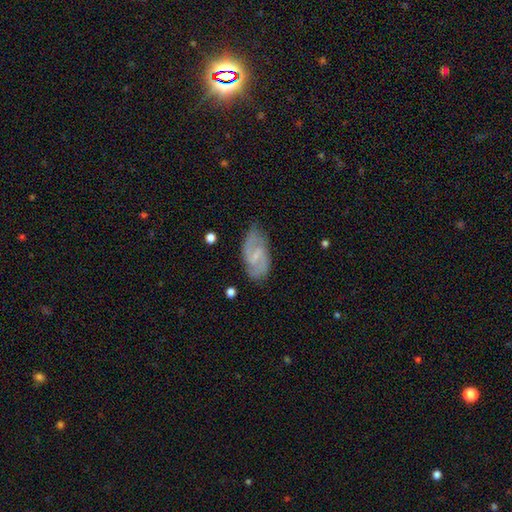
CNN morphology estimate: Q: Smooth or featured?
A: featured or disk (79%); runner-up: smooth (15%)
Q: Edge-on disk?
A: no (96%); runner-up: yes (4%)
Q: Bar?
A: weak (56%); runner-up: no (27%)
Q: Spiral arms?
A: yes (95%); runner-up: no (5%)
Q: Spiral winding?
A: medium (51%); runner-up: loose (25%)
Q: Spiral arm count?
A: 2 (87%); runner-up: can't tell (6%)
Q: Bulge size?
A: small (62%); runner-up: none (21%)
Q: Merging?
A: none (77%); runner-up: minor disturbance (17%)